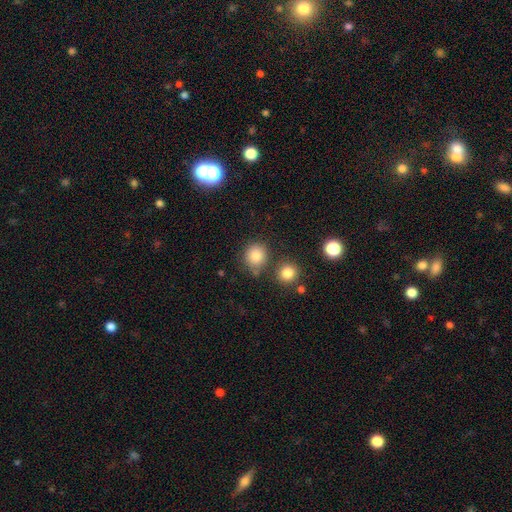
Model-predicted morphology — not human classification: Smooth or featured? smooth (84%)
How rounded? round (84%)
Merging? none (71%)